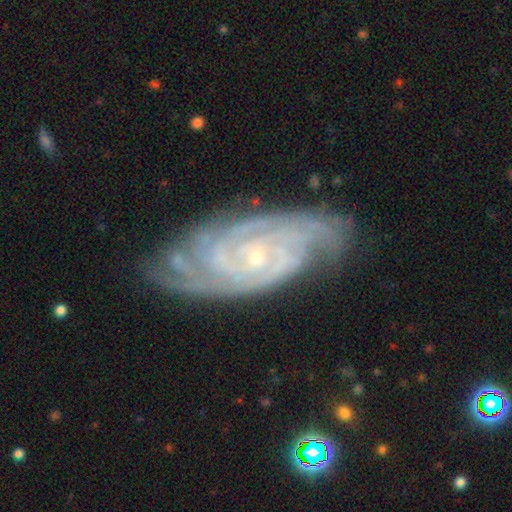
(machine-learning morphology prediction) Smooth or featured: featured or disk — 90% (star or artifact — 6%)
Edge-on disk: no — 95% (yes — 5%)
Bar: no — 68% (weak — 24%)
Spiral arms: yes — 98% (no — 2%)
Spiral winding: tight — 76% (medium — 21%)
Spiral arm count: 3 — 24% (4 — 23%)
Bulge size: small — 80% (moderate — 16%)
Merging: none — 74% (minor disturbance — 19%)